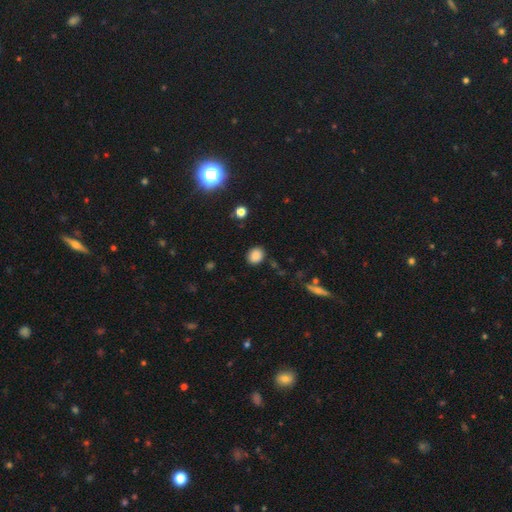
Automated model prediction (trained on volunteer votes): A smooth galaxy with no disk features (85%) that is round (59%).

Vote fractions:
- Smooth or featured? smooth: 85% / star or artifact: 11% / featured or disk: 4%
- How rounded? round: 59% / in between: 40% / cigar-shaped: 1%
- Merging? none: 85% / minor disturbance: 10% / major disturbance: 3% / merger: 2%